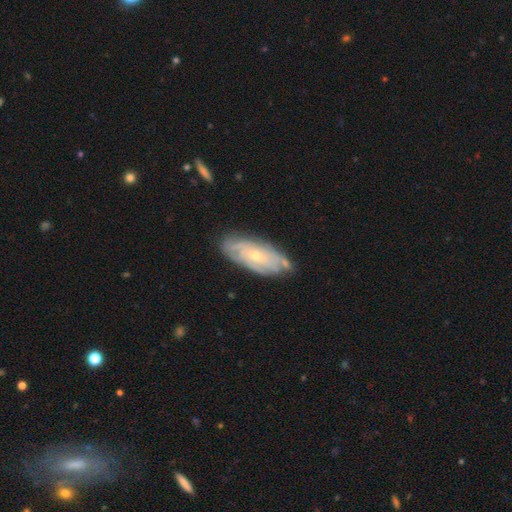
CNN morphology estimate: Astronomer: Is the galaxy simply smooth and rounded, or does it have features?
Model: featured or disk — 67%.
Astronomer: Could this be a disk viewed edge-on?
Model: no — 87%.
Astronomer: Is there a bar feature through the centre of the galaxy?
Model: no — 77%.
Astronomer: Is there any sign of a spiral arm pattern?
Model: yes — 77%.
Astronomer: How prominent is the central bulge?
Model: small — 69%.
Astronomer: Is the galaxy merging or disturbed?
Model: none — 73%.